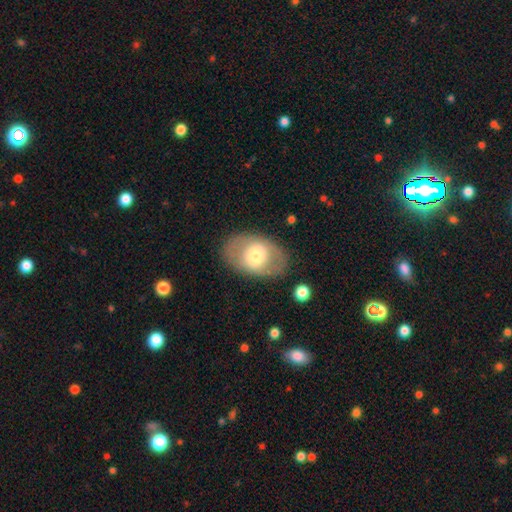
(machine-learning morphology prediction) A smooth galaxy with no disk features (54%) that is in between round and cigar-shaped (81%). Merging: none (81%).